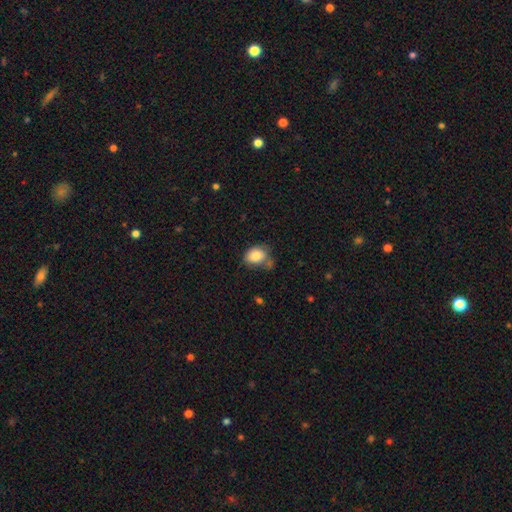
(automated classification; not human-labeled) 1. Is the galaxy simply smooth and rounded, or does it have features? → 83% smooth, 9% featured or disk, 8% star or artifact.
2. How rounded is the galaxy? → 68% in between, 31% round, 1% cigar-shaped.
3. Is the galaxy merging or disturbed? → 52% none, 26% minor disturbance, 14% merger, 8% major disturbance.